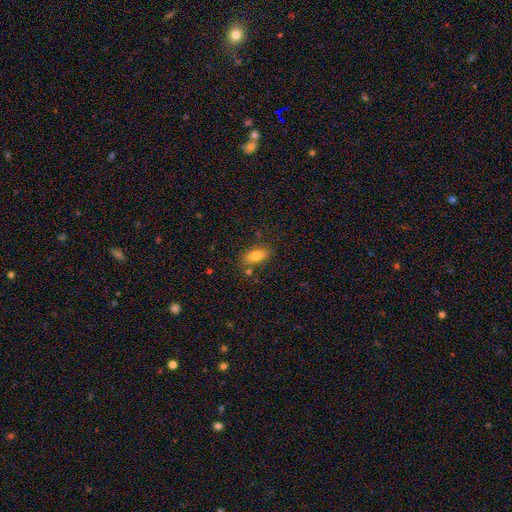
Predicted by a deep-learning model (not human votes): A smooth galaxy with no disk features (79%) that is in between round and cigar-shaped (83%).

Vote fractions:
- Smooth or featured? smooth: 79% / featured or disk: 13% / star or artifact: 8%
- How rounded? in between: 83% / cigar-shaped: 13% / round: 4%
- Merging? none: 76% / minor disturbance: 14% / merger: 6% / major disturbance: 3%